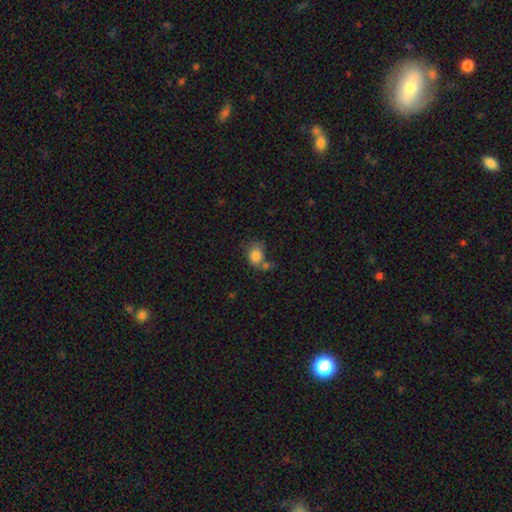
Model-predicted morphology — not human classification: A smooth galaxy with no disk features (82%) that is in between round and cigar-shaped (50%).

Vote fractions:
- Smooth or featured? smooth: 82% / star or artifact: 9% / featured or disk: 9%
- How rounded? in between: 50% / round: 48% / cigar-shaped: 1%
- Merging? none: 41% / merger: 27% / minor disturbance: 21% / major disturbance: 11%